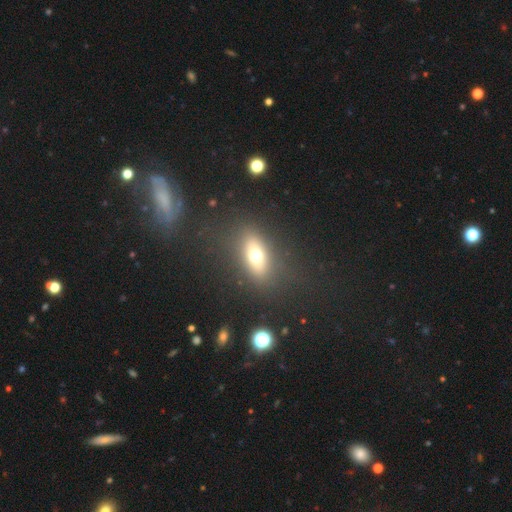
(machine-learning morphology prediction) Smooth or featured: smooth — 63% (featured or disk — 23%)
How rounded: in between — 69% (round — 17%)
Merging: none — 81% (minor disturbance — 10%)